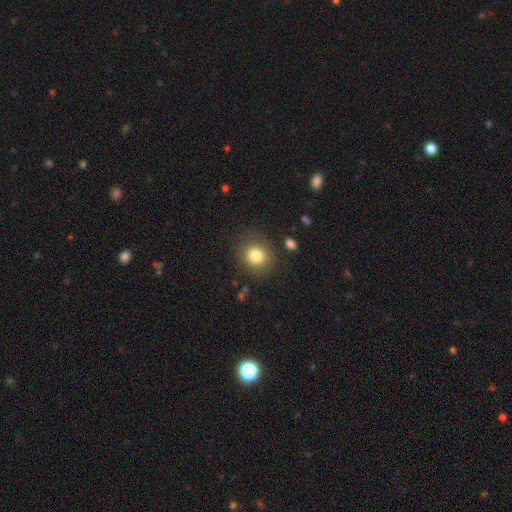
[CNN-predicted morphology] This is clearly a smooth galaxy (81%). How rounded: likely round (79%). Merging: clearly none (82%).